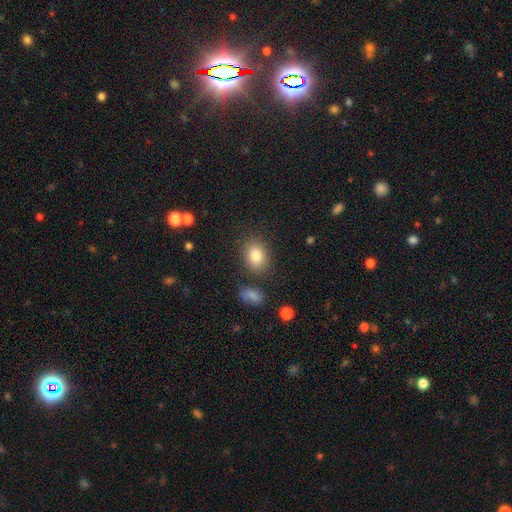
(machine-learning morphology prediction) Smooth or featured? Predicted: smooth (p=0.83). How rounded? Predicted: in between (p=0.63). Merging? Predicted: none (p=0.80).